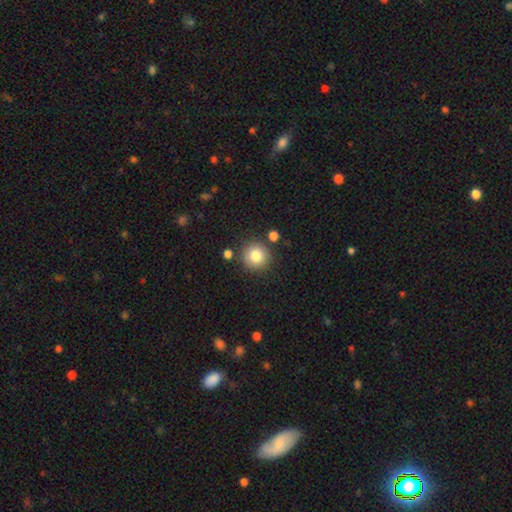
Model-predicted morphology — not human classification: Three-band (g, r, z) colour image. It shows a smooth galaxy with no disk features (81%) that is round (93%). Merging: none (84%).